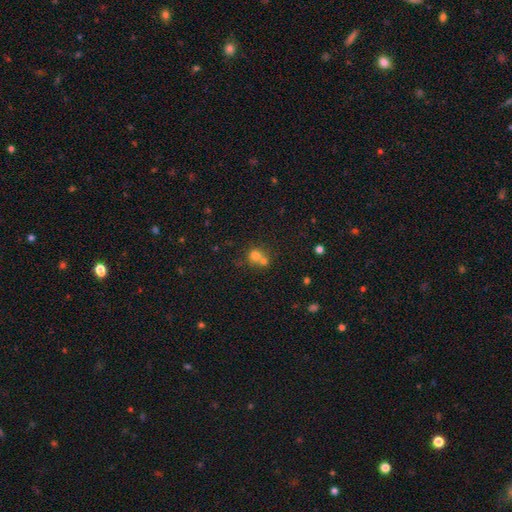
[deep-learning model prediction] Smooth or featured? smooth (70%)
How rounded? round (77%)
Merging? merger (53%)